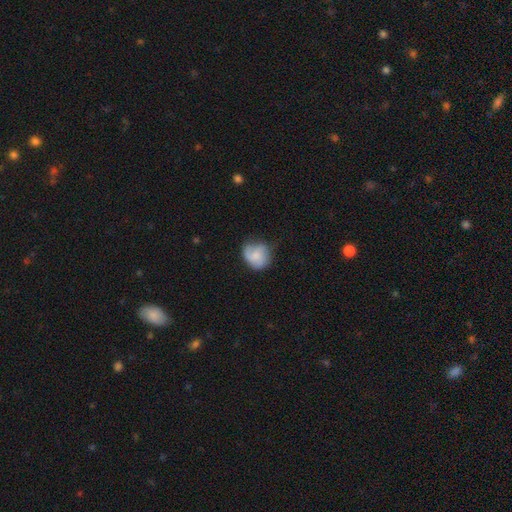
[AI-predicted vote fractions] Smooth or featured? Predicted: smooth (p=0.66). How rounded? Predicted: round (p=0.72). Merging? Predicted: none (p=0.53).